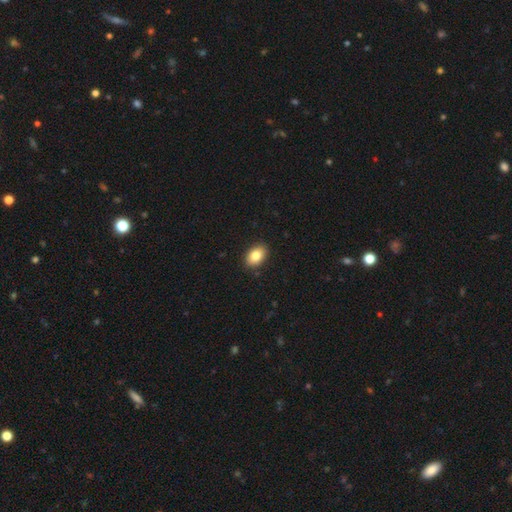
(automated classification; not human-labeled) Smooth or featured? smooth (82%)
How rounded? in between (82%)
Merging? none (89%)